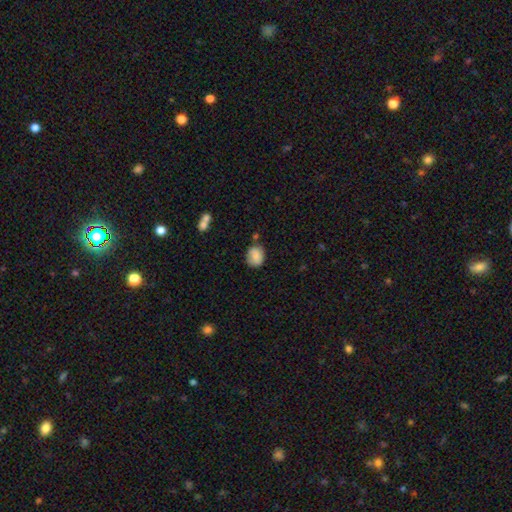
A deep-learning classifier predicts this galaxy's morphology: smooth-or-featured: smooth: 81% | featured or disk: 11% | star or artifact: 8%
  how-rounded: round: 50% | in between: 49% | cigar-shaped: 1%
  merging: none: 65% | minor disturbance: 23% | merger: 6% | major disturbance: 5%